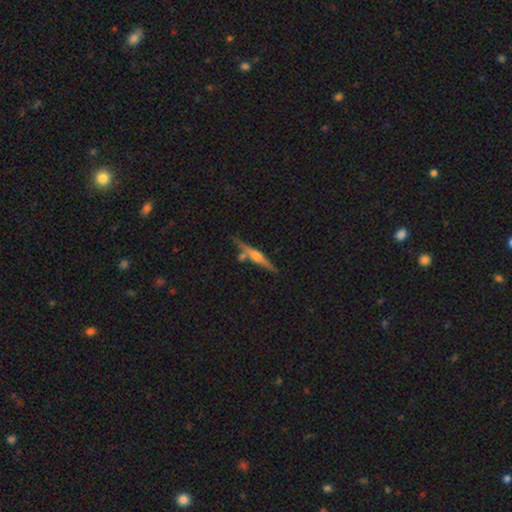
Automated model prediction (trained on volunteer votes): The model was most divided on "smooth or featured": featured or disk: 69%, smooth: 23%, star or artifact: 7%. More confident: edge-on disk — yes (97%); edge-on bulge — rounded (82%); merging — none (76%).